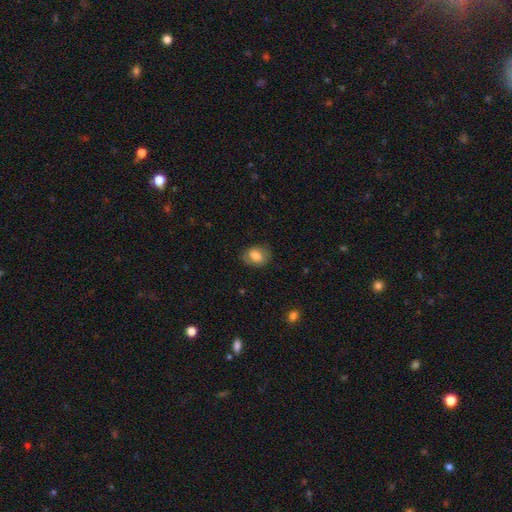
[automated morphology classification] smooth-or-featured: smooth: 73% | featured or disk: 20% | star or artifact: 8%
  how-rounded: in between: 65% | round: 34% | cigar-shaped: 1%
  merging: none: 75% | minor disturbance: 18% | major disturbance: 6% | merger: 1%